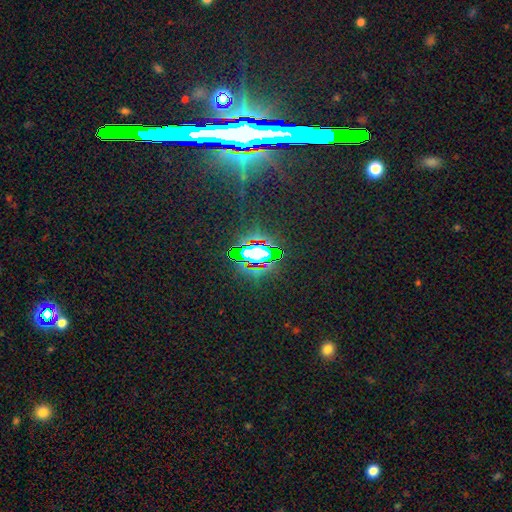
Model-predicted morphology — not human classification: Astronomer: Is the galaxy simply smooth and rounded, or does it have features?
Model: star or artifact — 71%.